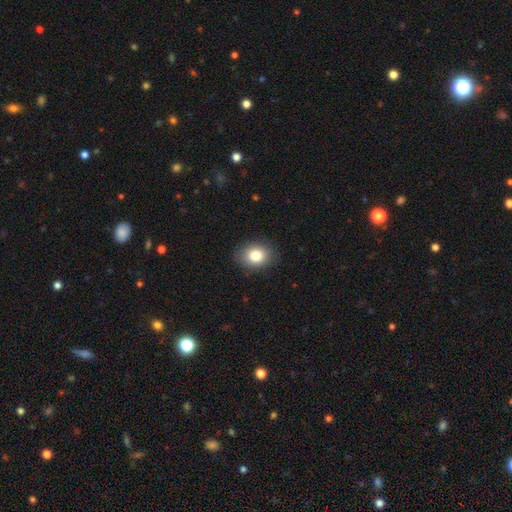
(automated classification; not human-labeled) This is clearly a smooth galaxy (82%). How rounded: possibly in between (55%). Merging: clearly none (88%).